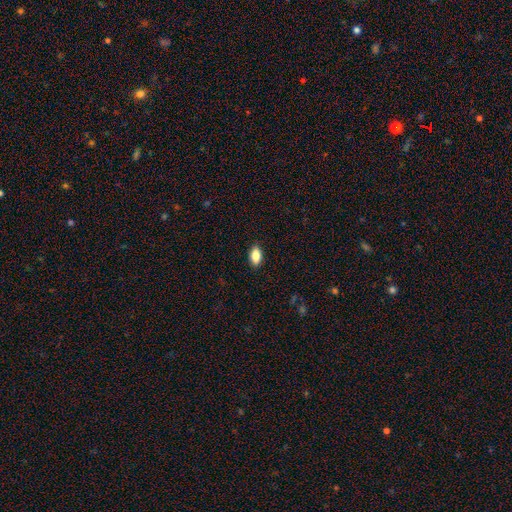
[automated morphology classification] smooth_or_featured: smooth (p=0.85) [alt: featured or disk p=0.07]
how_rounded: in between (p=0.90) [alt: cigar-shaped p=0.06]
merging: none (p=0.89) [alt: minor disturbance p=0.08]